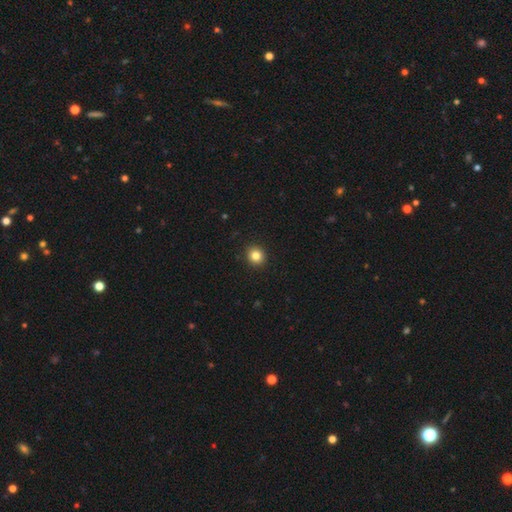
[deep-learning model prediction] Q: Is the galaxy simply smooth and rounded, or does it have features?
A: smooth — 83%.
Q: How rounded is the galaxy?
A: round — 86%.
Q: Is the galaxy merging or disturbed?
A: none — 93%.